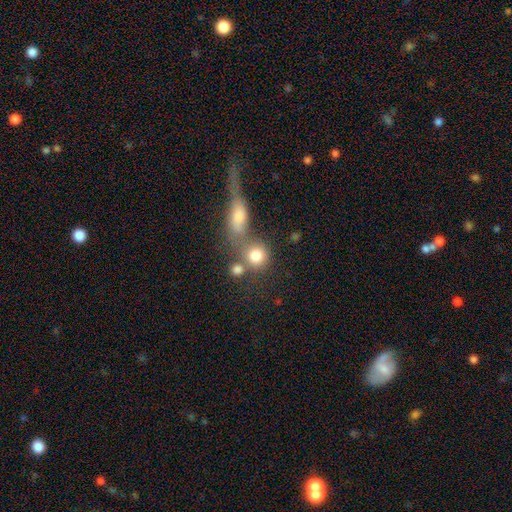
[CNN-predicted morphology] type=smooth (79%); roundness=round (80%); merging=none (46%).